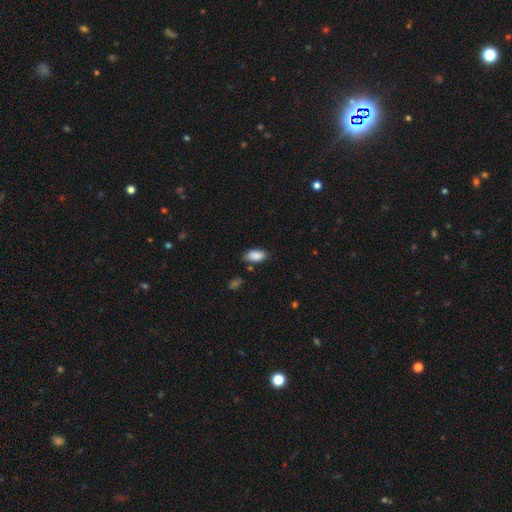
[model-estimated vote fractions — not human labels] A smooth galaxy with no disk features (89%) that is in between round and cigar-shaped (94%). Merging: none (79%).